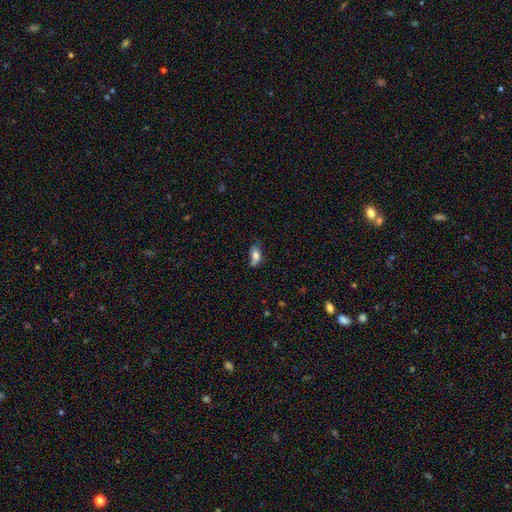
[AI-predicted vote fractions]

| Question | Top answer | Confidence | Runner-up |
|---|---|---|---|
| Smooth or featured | smooth | 76% | featured or disk (15%) |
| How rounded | in between | 85% | cigar-shaped (9%) |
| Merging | none | 46% | minor disturbance (27%) |